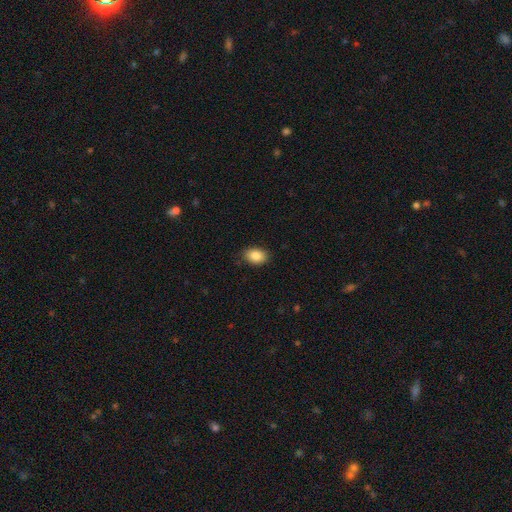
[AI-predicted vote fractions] A smooth galaxy with no disk features (87%) that is in between round and cigar-shaped (81%). Merging: none (85%).